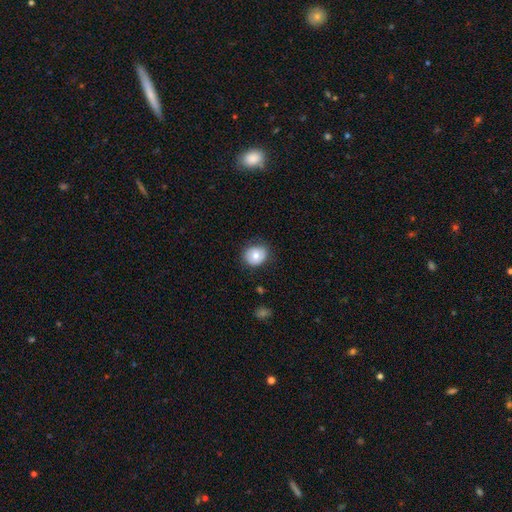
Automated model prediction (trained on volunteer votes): smooth 72%, featured or disk 20%, star or artifact 9%. Down the decision tree: how rounded — round (73%); merging — none (78%).